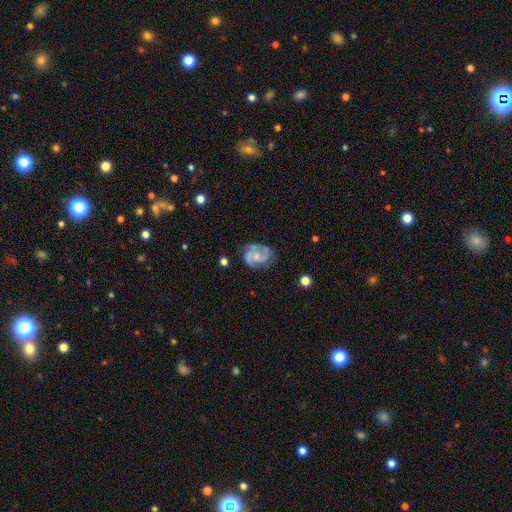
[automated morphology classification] This appears to be a featured or disk galaxy (86%) with no bar (57%), 2 (71%) medium (53%) spiral arms (97%) and a small central bulge (54%). Merging: none (74%).